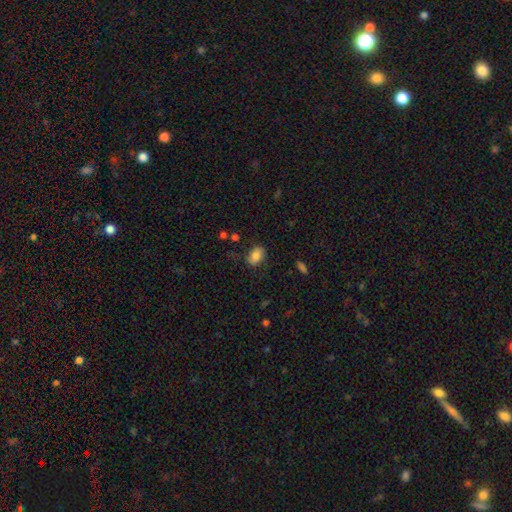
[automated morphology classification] smooth_or_featured: smooth (p=0.82) [alt: featured or disk p=0.09]
how_rounded: in between (p=0.81) [alt: round p=0.18]
merging: none (p=0.78) [alt: minor disturbance p=0.16]